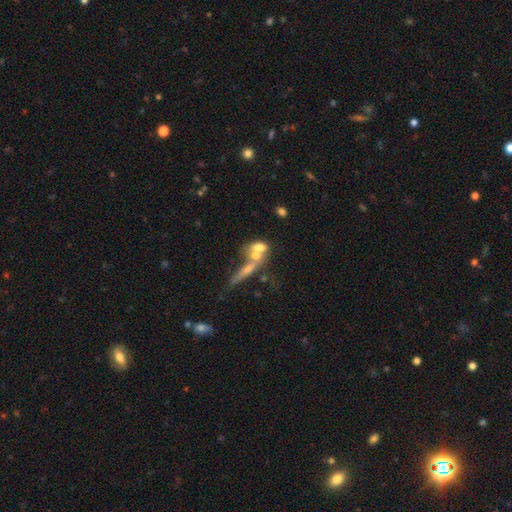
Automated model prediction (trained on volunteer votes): smooth_or_featured: smooth (p=0.54) [alt: featured or disk p=0.36]
how_rounded: in between (p=0.57) [alt: cigar-shaped p=0.24]
merging: merger (p=0.58) [alt: none p=0.24]